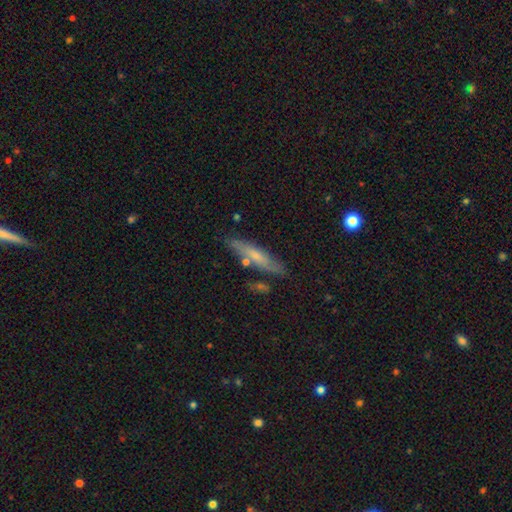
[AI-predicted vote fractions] A smooth galaxy with no disk features (56%) that is cigar-shaped (83%). Merging: none (78%).